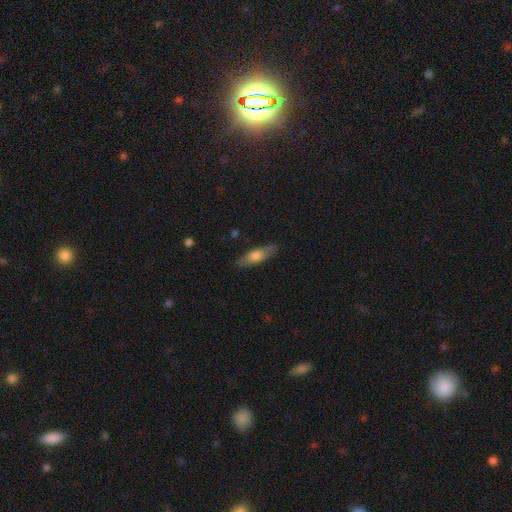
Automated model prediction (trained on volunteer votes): Smooth or featured? Predicted: smooth (p=0.62). How rounded? Predicted: cigar-shaped (p=0.53). Merging? Predicted: none (p=0.84).